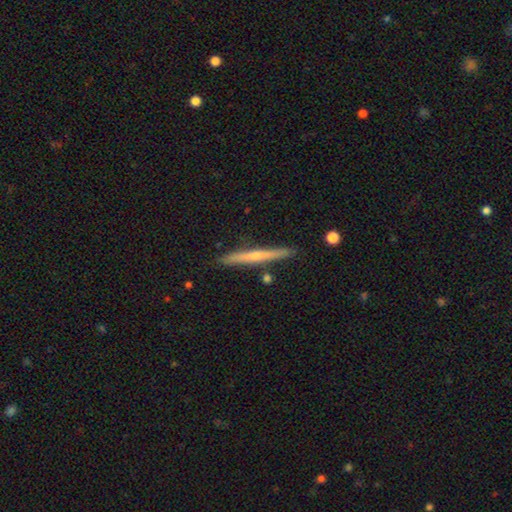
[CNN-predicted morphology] smooth-or-featured: featured or disk: 56% | smooth: 38% | star or artifact: 6%
  disk-edge-on: yes: 97% | no: 3%
    edge-on-bulge: rounded: 57% | none: 39% | boxy: 4%
  merging: none: 88% | minor disturbance: 8% | merger: 2% | major disturbance: 1%